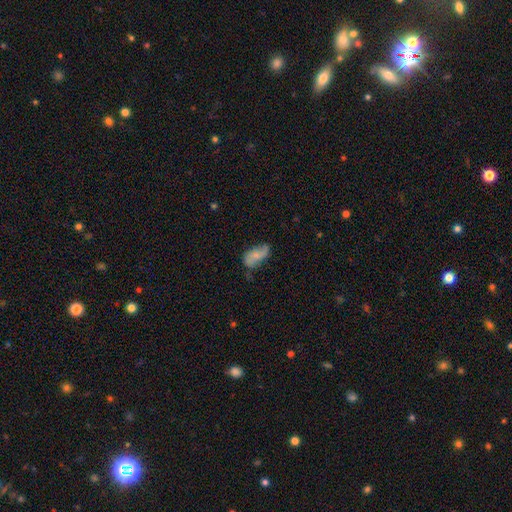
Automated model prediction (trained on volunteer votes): smooth-or-featured: smooth: 56% | featured or disk: 36% | star or artifact: 8%
  how-rounded: in between: 89% | cigar-shaped: 7% | round: 4%
  merging: none: 50% | minor disturbance: 33% | major disturbance: 13% | merger: 5%